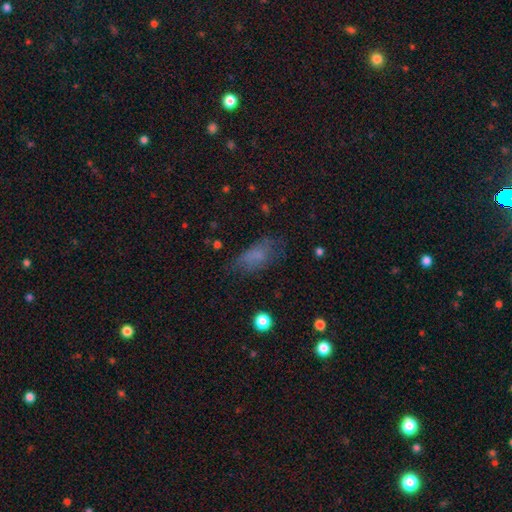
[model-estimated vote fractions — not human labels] Overall: smooth (68%). How rounded: in between (83%). Merging: none (57%; minor disturbance 26%).